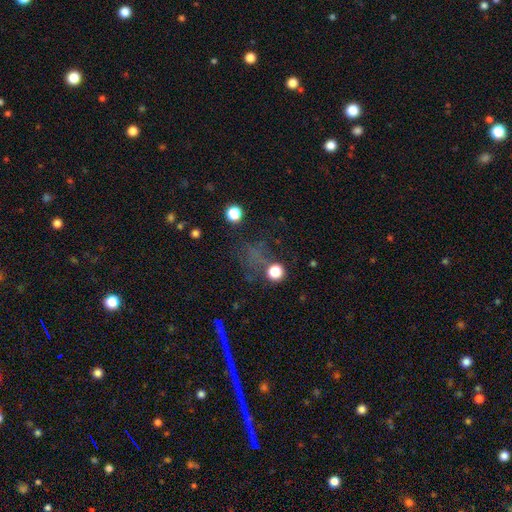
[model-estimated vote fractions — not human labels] A smooth galaxy with no disk features (43%, tied with star or artifact). Merging: none (62%).